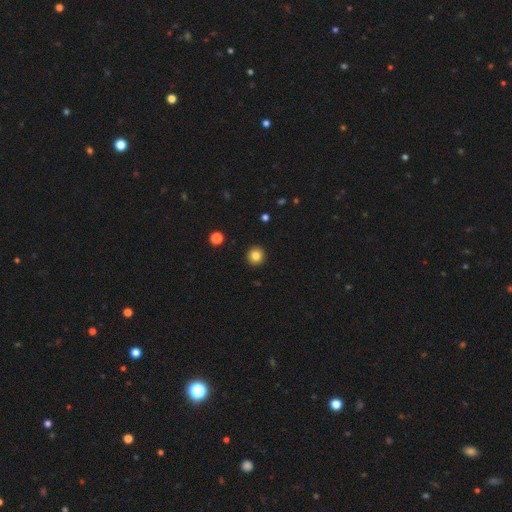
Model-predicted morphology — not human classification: smooth_or_featured: smooth (p=0.83) [alt: star or artifact p=0.11]
how_rounded: round (p=0.95) [alt: in between p=0.04]
merging: none (p=0.93) [alt: minor disturbance p=0.04]